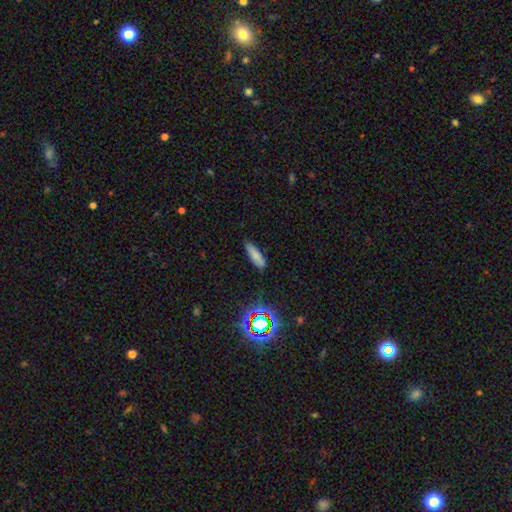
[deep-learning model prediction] smooth_or_featured: smooth (p=0.77) [alt: star or artifact p=0.13]
how_rounded: cigar-shaped (p=0.52) [alt: in between p=0.46]
merging: none (p=0.82) [alt: minor disturbance p=0.14]